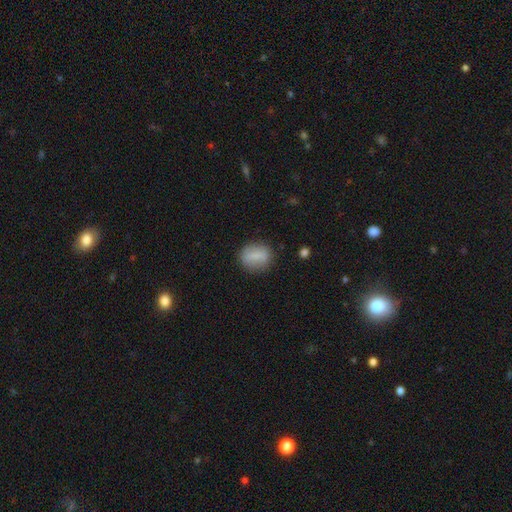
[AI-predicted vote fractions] Morphology: type=smooth (76%); roundness=round (52%); merging=none (82%).